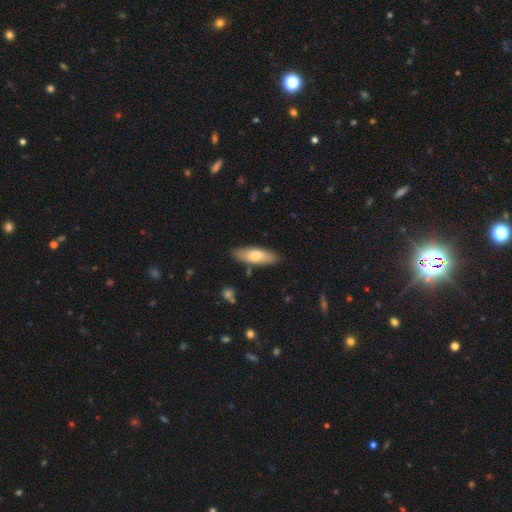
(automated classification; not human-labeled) Smooth or featured? smooth (72%)
How rounded? in between (63%)
Merging? none (85%)